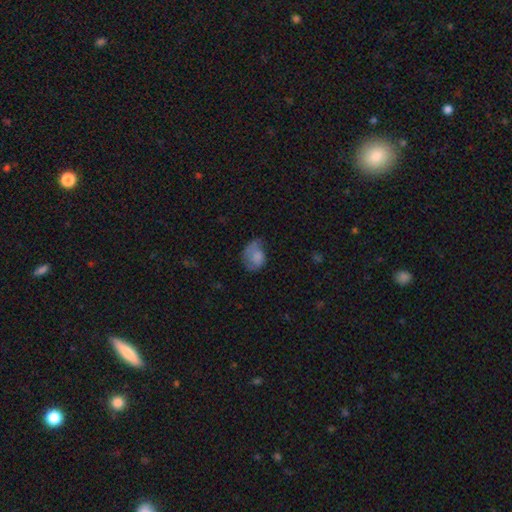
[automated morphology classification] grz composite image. It shows a smooth galaxy with no disk features (69%) that is in between round and cigar-shaped (66%). Merging: minor disturbance (36%, tied with none).